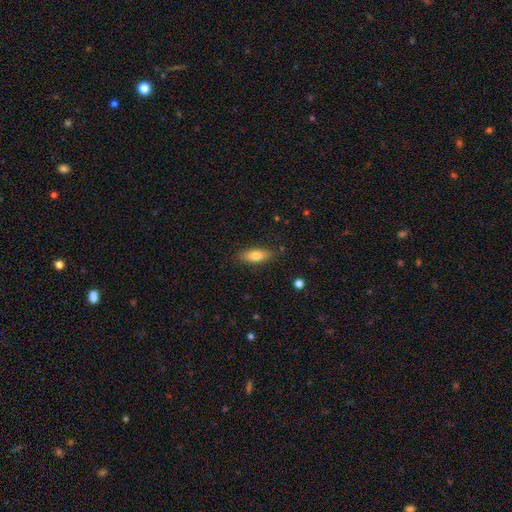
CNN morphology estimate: Smooth or featured: smooth — 77% (featured or disk — 16%)
How rounded: in between — 69% (cigar-shaped — 28%)
Merging: none — 84% (minor disturbance — 12%)